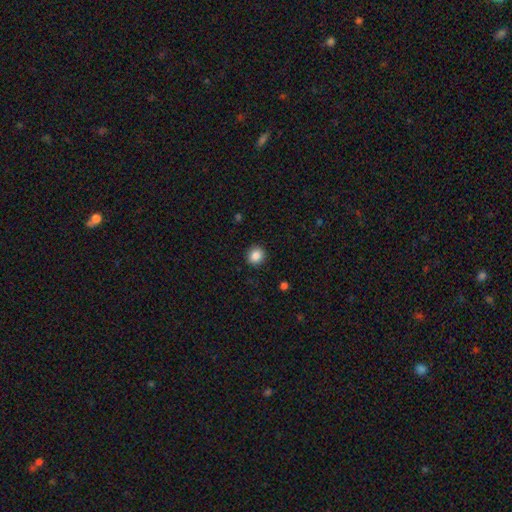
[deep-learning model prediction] smooth_or_featured: smooth (p=0.87) [alt: star or artifact p=0.09]
how_rounded: round (p=0.88) [alt: in between p=0.11]
merging: none (p=0.91) [alt: minor disturbance p=0.06]